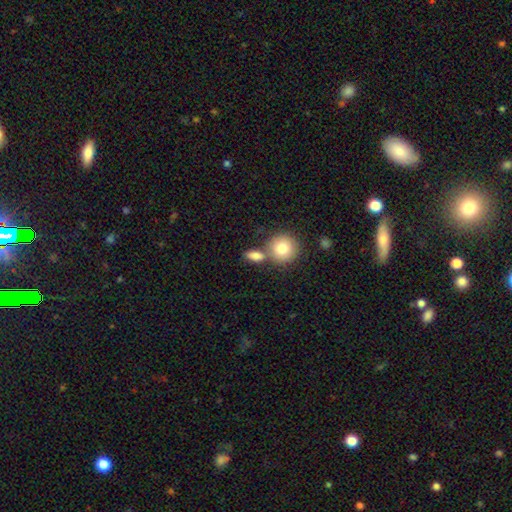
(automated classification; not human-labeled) Smooth or featured? Predicted: smooth (p=0.83). How rounded? Predicted: in between (p=0.63). Merging? Predicted: none (p=0.56).